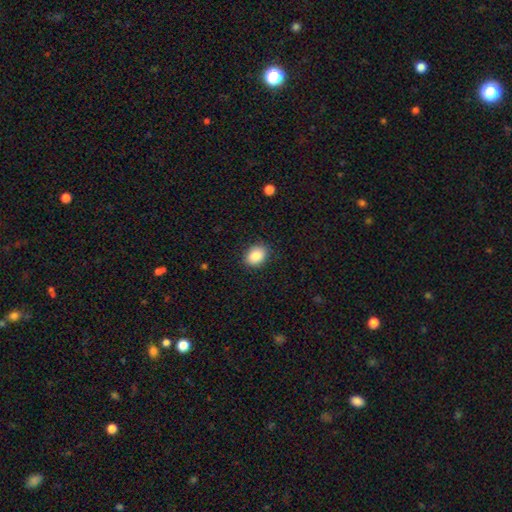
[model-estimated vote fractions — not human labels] Smooth or featured? smooth (87%)
How rounded? in between (65%)
Merging? none (86%)